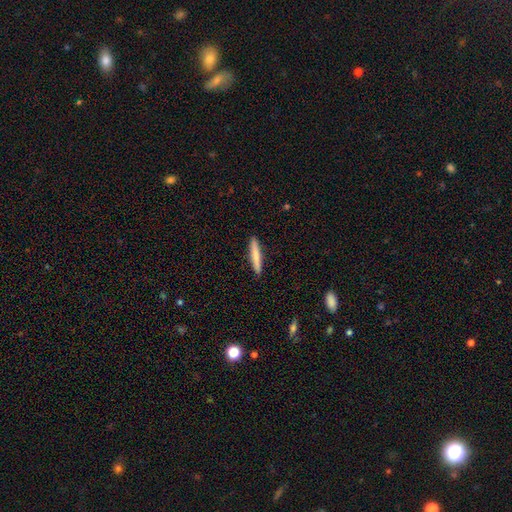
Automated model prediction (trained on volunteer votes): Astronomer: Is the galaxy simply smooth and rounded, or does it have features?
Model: smooth — 73%.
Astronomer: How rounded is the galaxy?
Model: cigar-shaped — 94%.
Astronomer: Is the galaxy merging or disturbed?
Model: none — 91%.